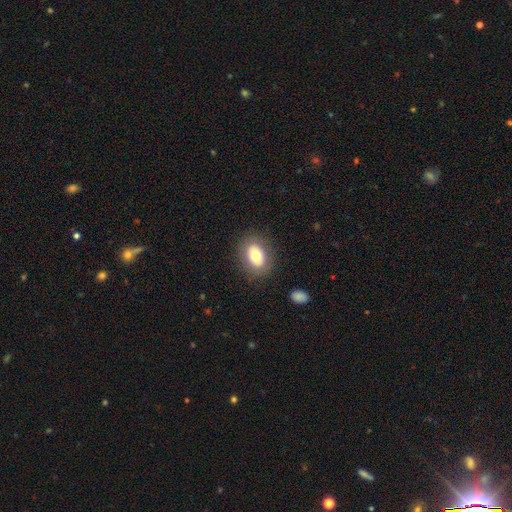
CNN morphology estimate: Smooth or featured: smooth — 74% (featured or disk — 18%)
How rounded: in between — 78% (round — 20%)
Merging: none — 85% (minor disturbance — 10%)